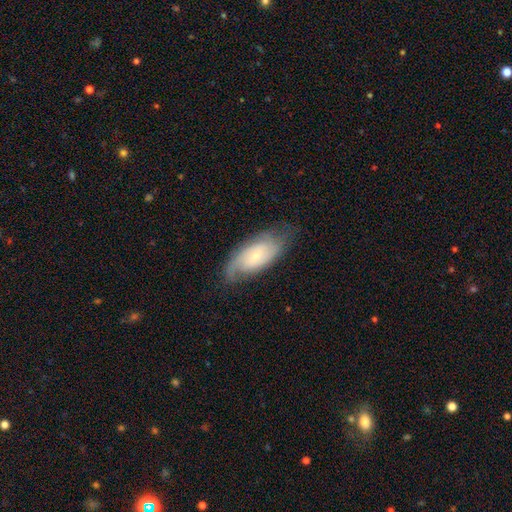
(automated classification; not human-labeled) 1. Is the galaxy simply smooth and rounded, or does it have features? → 67% featured or disk, 26% smooth, 7% star or artifact.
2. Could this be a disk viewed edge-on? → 91% no, 9% yes.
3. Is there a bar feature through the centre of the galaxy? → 65% no, 29% weak, 6% strong.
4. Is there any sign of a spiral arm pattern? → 90% yes, 10% no.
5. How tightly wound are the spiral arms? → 45% tight, 39% medium, 16% loose.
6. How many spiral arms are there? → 55% 2, 28% can't tell, 7% 3, 6% 1, 2% 4, 2% more than 4.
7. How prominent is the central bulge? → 72% small, 22% moderate, 3% none, 2% large, 1% dominant.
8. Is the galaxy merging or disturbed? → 71% none, 21% minor disturbance, 7% major disturbance, 1% merger.